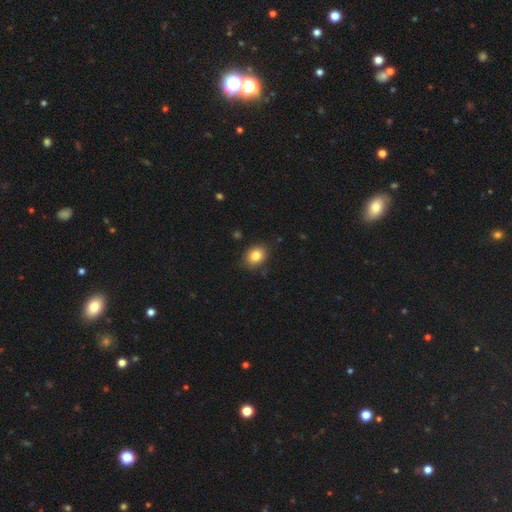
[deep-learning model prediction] Smooth or featured?
  - smooth: 83% *
  - star or artifact: 10%
  - featured or disk: 7%
How rounded?
  - in between: 52% *
  - round: 47%
  - cigar-shaped: 1%
Merging?
  - none: 84% *
  - minor disturbance: 12%
  - major disturbance: 2%
  - merger: 1%